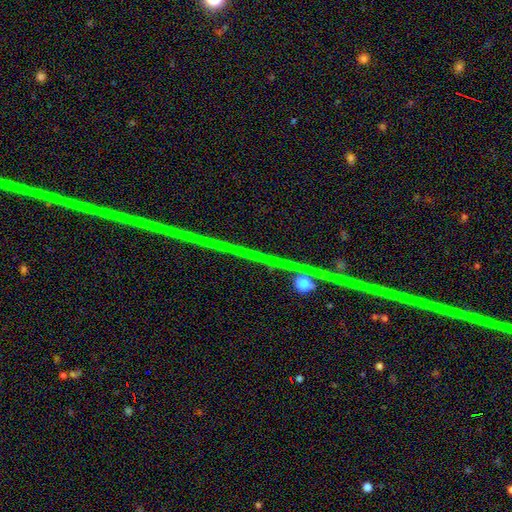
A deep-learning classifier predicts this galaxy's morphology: type=star or artifact (74%).